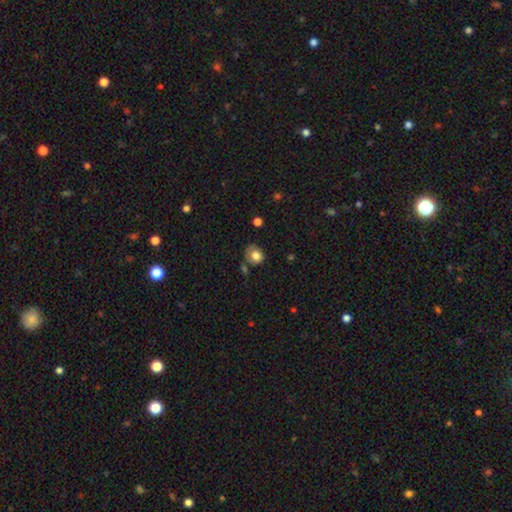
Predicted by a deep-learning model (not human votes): Smooth or featured? smooth (78%)
How rounded? round (66%)
Merging? none (55%)